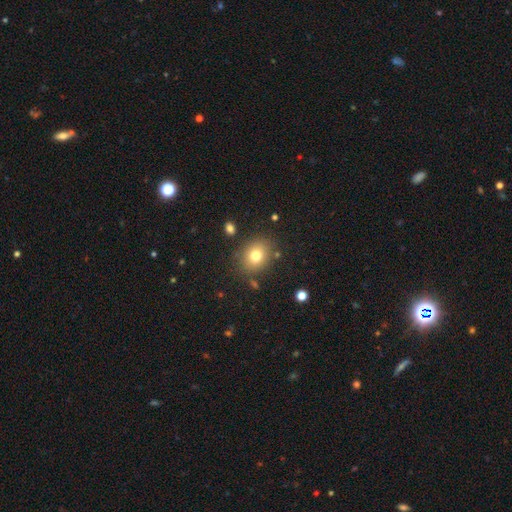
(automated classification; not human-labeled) A smooth galaxy with no disk features (77%) that is round (56%).

Vote fractions:
- Smooth or featured? smooth: 77% / star or artifact: 12% / featured or disk: 11%
- How rounded? round: 56% / in between: 43% / cigar-shaped: 1%
- Merging? none: 83% / minor disturbance: 10% / major disturbance: 4% / merger: 3%